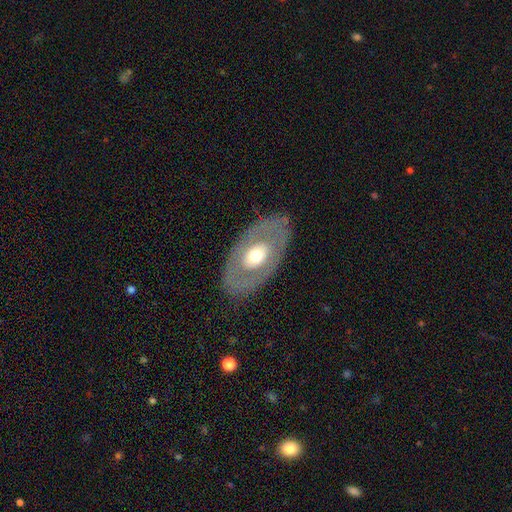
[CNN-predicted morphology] Smooth or featured? Predicted: featured or disk (p=0.52). Edge-on disk? Predicted: no (p=0.87). Merging? Predicted: none (p=0.83).